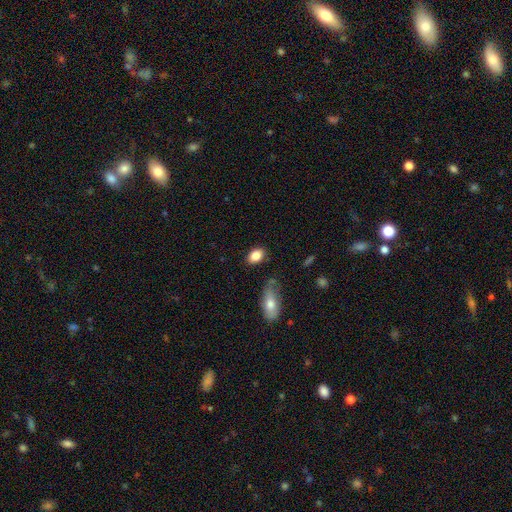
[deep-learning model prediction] Morphology: type=smooth (84%); roundness=in between (82%); merging=none (81%).